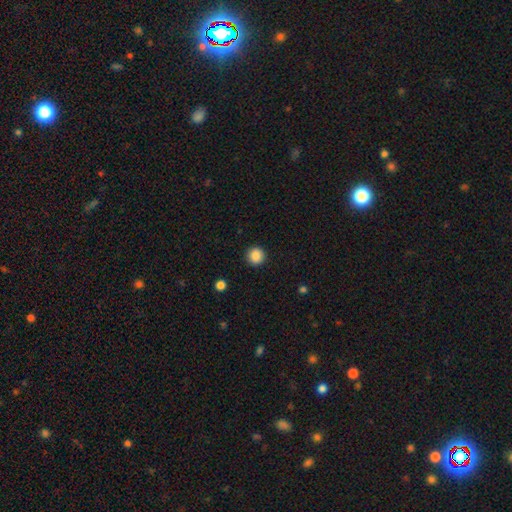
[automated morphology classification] Smooth or featured? Predicted: smooth (p=0.88). How rounded? Predicted: round (p=0.94). Merging? Predicted: none (p=0.92).